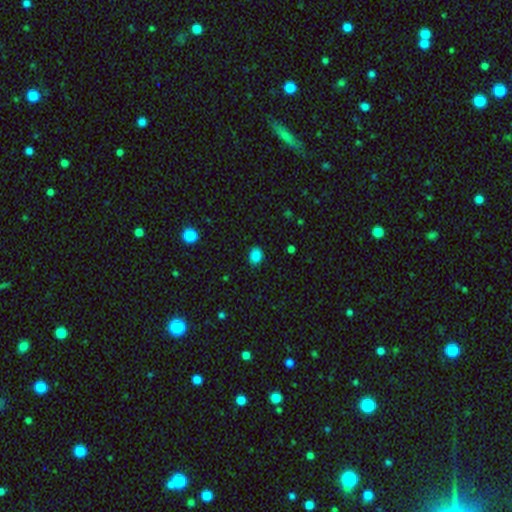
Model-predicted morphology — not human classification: Q: Smooth or featured?
A: smooth (86%); runner-up: star or artifact (11%)
Q: How rounded?
A: in between (51%); runner-up: round (48%)
Q: Merging?
A: none (86%); runner-up: minor disturbance (11%)